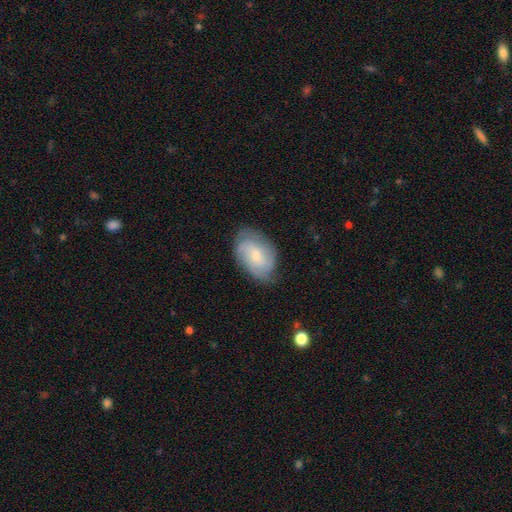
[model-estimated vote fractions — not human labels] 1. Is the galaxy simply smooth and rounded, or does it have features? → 60% featured or disk, 33% smooth, 7% star or artifact.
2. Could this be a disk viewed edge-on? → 97% no, 3% yes.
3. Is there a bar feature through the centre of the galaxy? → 52% no, 41% weak, 7% strong.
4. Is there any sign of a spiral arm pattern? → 90% yes, 10% no.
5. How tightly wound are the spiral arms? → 43% tight, 41% medium, 16% loose.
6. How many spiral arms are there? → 35% 2, 31% can't tell, 20% 3, 6% 4, 4% 1, 4% more than 4.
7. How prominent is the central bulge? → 57% small, 35% moderate, 5% none, 3% large, 1% dominant.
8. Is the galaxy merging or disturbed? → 69% none, 23% minor disturbance, 6% major disturbance, 1% merger.